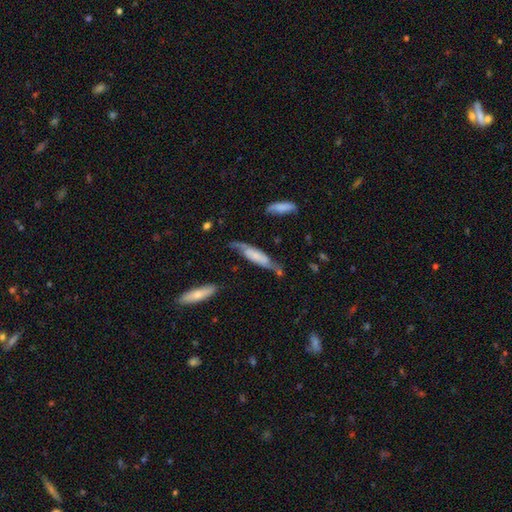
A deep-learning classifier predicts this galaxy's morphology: Smooth or featured? featured or disk (58%)
Edge-on disk? no (55%)
Merging? none (56%)